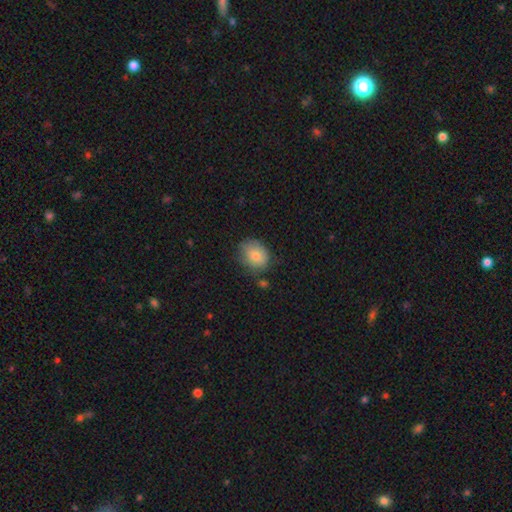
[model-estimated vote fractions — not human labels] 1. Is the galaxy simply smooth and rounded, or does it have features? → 80% smooth, 11% featured or disk, 9% star or artifact.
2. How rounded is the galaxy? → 55% round, 44% in between, 1% cigar-shaped.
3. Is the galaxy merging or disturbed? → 68% none, 23% minor disturbance, 5% major disturbance, 3% merger.